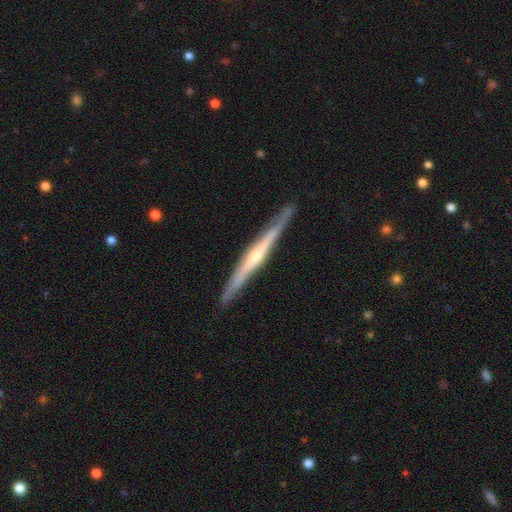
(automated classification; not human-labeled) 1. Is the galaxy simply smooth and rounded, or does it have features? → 76% featured or disk, 19% smooth, 5% star or artifact.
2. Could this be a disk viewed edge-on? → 97% yes, 3% no.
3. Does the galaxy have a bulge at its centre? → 63% rounded, 29% none, 8% boxy.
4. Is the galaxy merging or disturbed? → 89% none, 9% minor disturbance, 1% major disturbance, 1% merger.